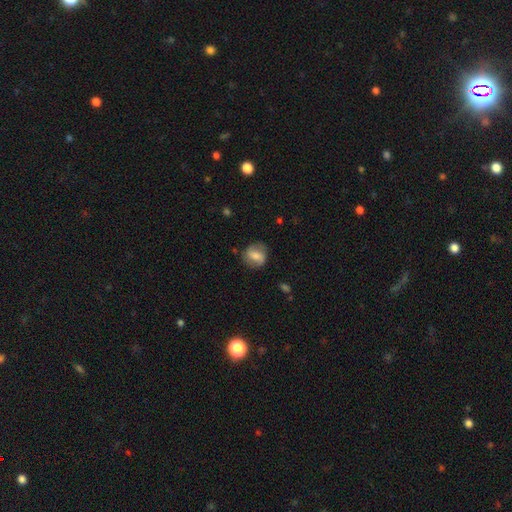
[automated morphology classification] Smooth or featured?
  - smooth: 59% *
  - featured or disk: 33%
  - star or artifact: 8%
How rounded?
  - round: 69% *
  - in between: 29%
  - cigar-shaped: 2%
Merging?
  - none: 77% *
  - minor disturbance: 16%
  - major disturbance: 6%
  - merger: 2%